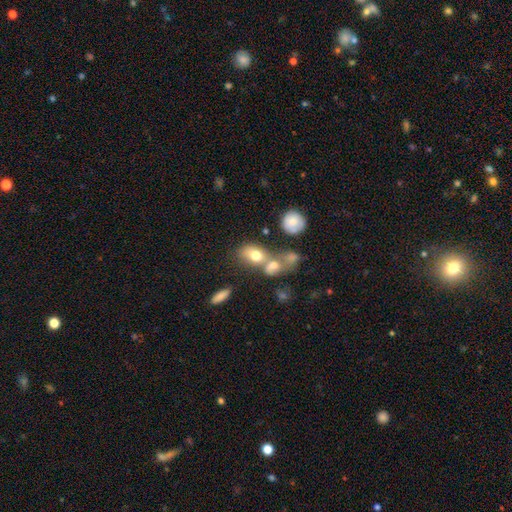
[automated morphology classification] A smooth galaxy with no disk features (73%) that is in between round and cigar-shaped (70%). Merging: merger (48%).